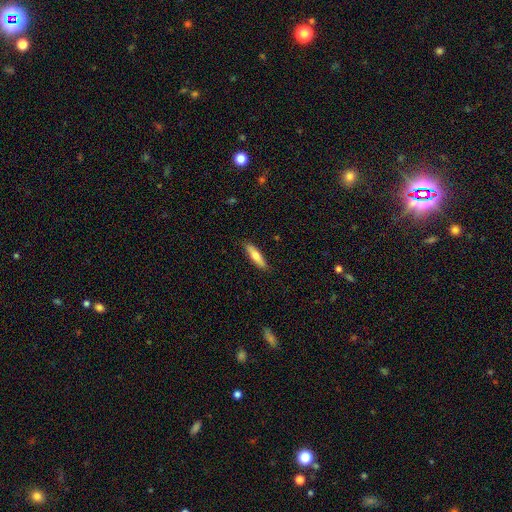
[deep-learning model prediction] Smooth or featured? smooth (68%)
How rounded? cigar-shaped (70%)
Merging? none (87%)